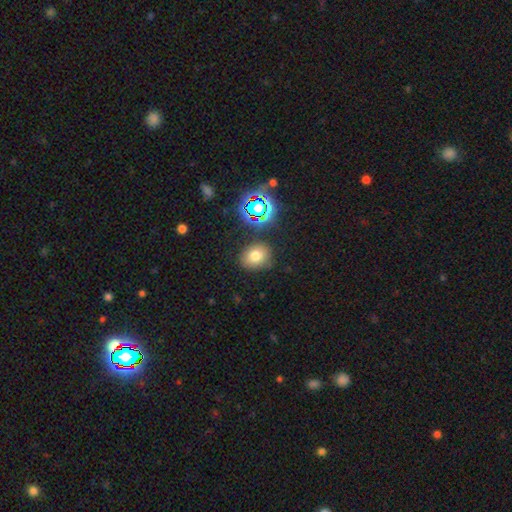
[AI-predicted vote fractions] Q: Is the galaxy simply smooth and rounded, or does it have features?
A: smooth — 71%.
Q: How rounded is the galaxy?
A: round — 55%.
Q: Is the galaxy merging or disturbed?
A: none — 81%.